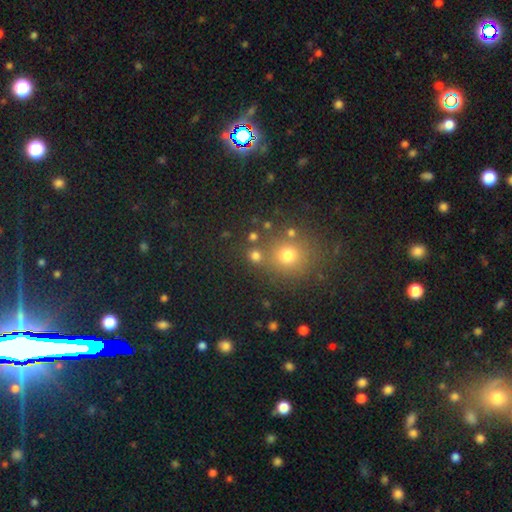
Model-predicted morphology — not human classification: type=smooth (72%); roundness=round (88%); merging=none (74%).